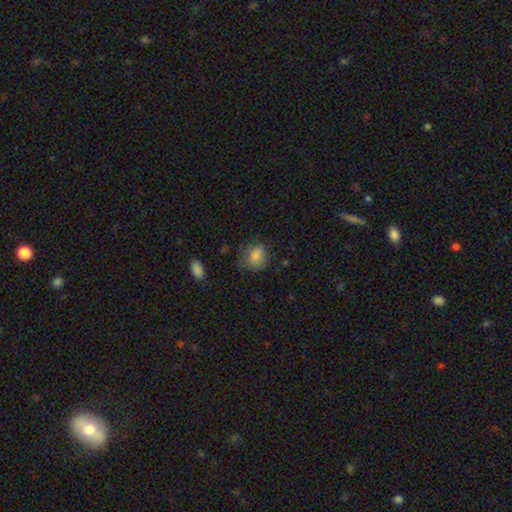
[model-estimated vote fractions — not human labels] This is clearly a smooth galaxy (83%). How rounded: possibly round (58%). Merging: likely none (69%).